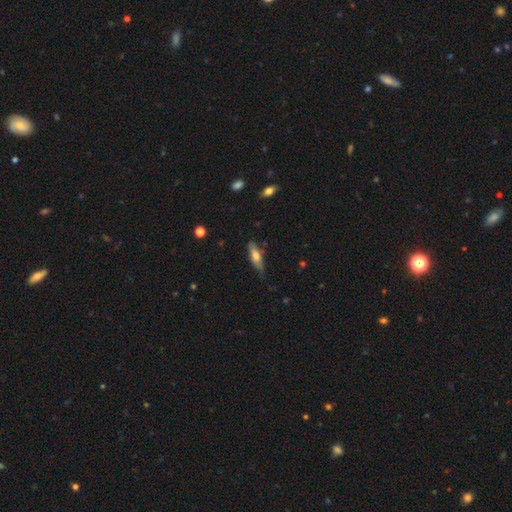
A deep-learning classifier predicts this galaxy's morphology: smooth_or_featured: smooth (p=0.60) [alt: featured or disk p=0.34]
how_rounded: cigar-shaped (p=0.52) [alt: in between p=0.45]
merging: none (p=0.67) [alt: minor disturbance p=0.26]